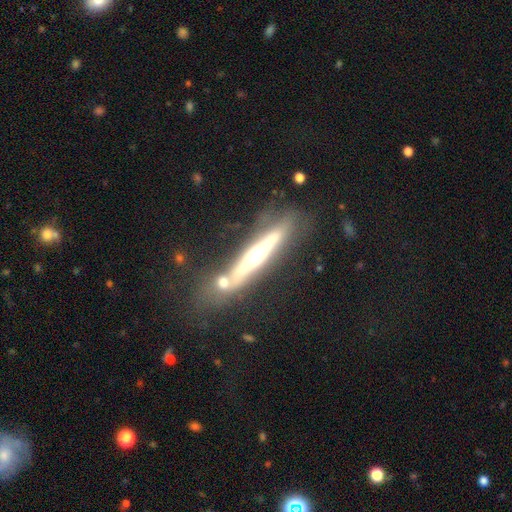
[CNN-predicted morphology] This appears to be a featured or disk galaxy (71%) viewed edge-on (90%) with a rounded central bulge (77%). Merging: none (64%).